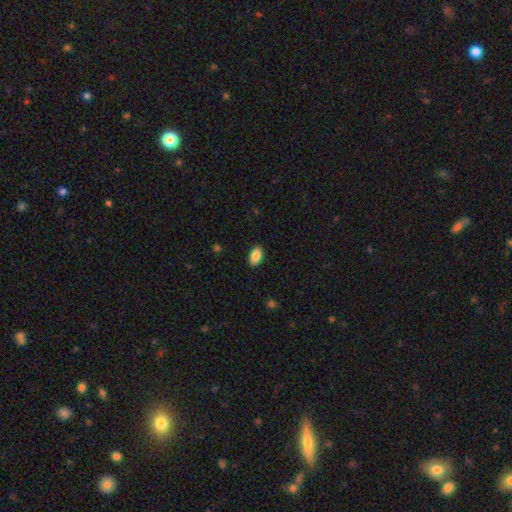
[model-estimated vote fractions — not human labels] Smooth or featured?
  - smooth: 88% *
  - star or artifact: 7%
  - featured or disk: 5%
How rounded?
  - in between: 93% *
  - round: 5%
  - cigar-shaped: 2%
Merging?
  - none: 89% *
  - minor disturbance: 8%
  - major disturbance: 2%
  - merger: 1%